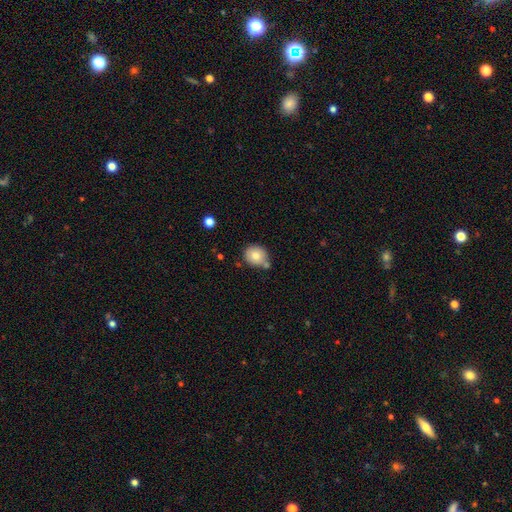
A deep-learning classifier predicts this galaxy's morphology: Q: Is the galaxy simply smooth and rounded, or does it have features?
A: smooth — 80%.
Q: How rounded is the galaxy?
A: round — 76%.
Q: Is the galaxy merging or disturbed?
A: none — 61%.